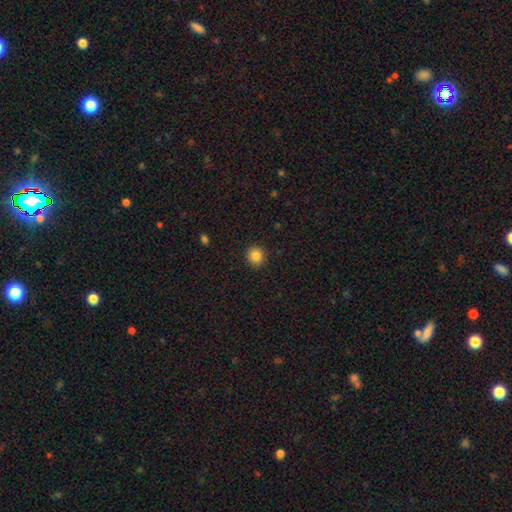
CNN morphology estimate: smooth_or_featured: smooth (p=0.85) [alt: star or artifact p=0.11]
how_rounded: round (p=0.91) [alt: in between p=0.09]
merging: none (p=0.92) [alt: minor disturbance p=0.06]